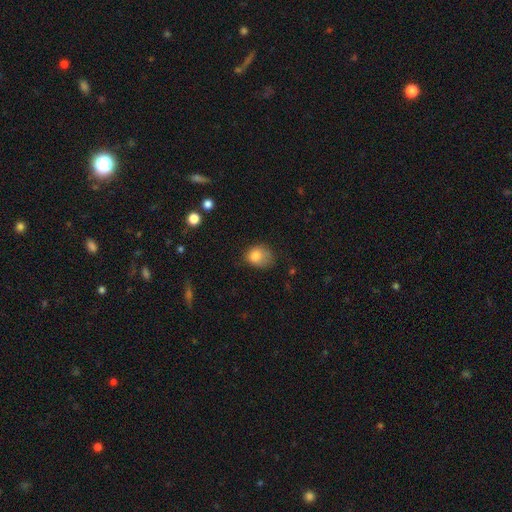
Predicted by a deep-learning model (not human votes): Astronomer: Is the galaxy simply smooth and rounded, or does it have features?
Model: smooth — 80%.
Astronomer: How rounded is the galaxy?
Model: in between — 58% (runner-up: round, 41%).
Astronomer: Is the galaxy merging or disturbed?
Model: minor disturbance — 38% (runner-up: none, 37%).